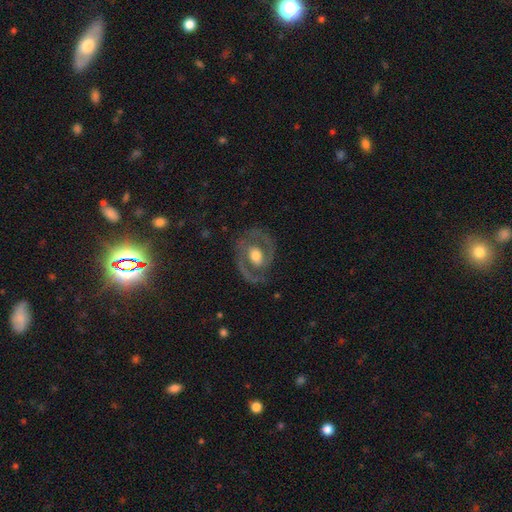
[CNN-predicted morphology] Smooth or featured? featured or disk (82%)
Edge-on disk? no (97%)
Bar? no (48%)
Spiral arms? yes (86%)
Spiral winding? medium (52%)
Spiral arm count? 2 (87%)
Bulge size? moderate (65%)
Merging? none (77%)